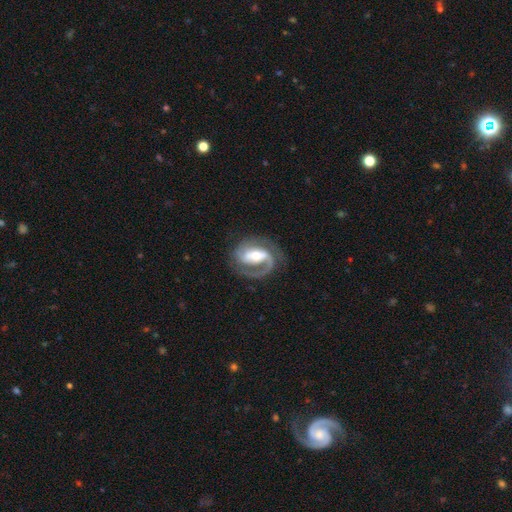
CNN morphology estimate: featured or disk 88%, smooth 8%, star or artifact 5%. Down the decision tree: edge-on disk — no (97%); bar — strong (40%); spiral arms — yes (96%); spiral arm count — 2 (65%); spiral winding — medium (49%); bulge size — moderate (64%); merging — none (70%).